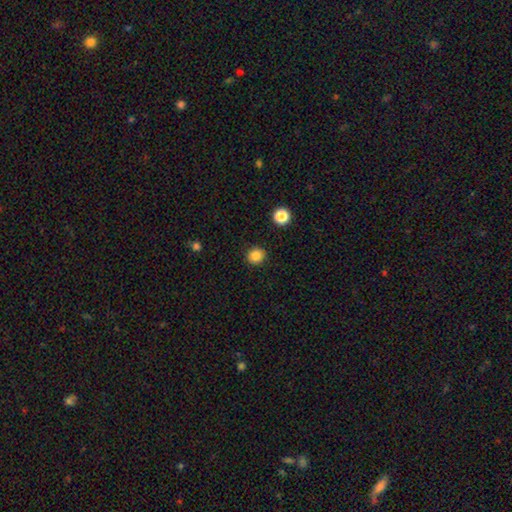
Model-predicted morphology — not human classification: type=smooth (85%); roundness=round (91%); merging=none (91%).